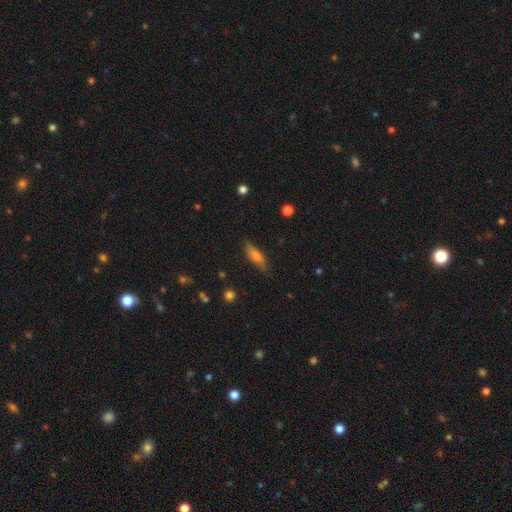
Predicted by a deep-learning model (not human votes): Q: Smooth or featured?
A: smooth (64%); runner-up: featured or disk (28%)
Q: How rounded?
A: cigar-shaped (58%); runner-up: in between (40%)
Q: Merging?
A: none (82%); runner-up: minor disturbance (14%)